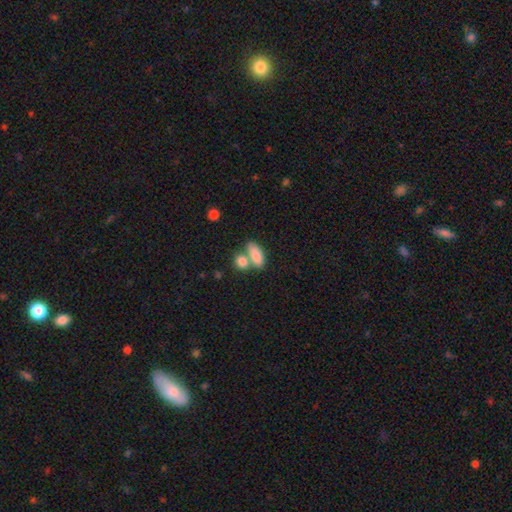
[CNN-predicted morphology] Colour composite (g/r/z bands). It shows a smooth galaxy with no disk features (84%) that is in between round and cigar-shaped (81%). Merging: merger (43%).